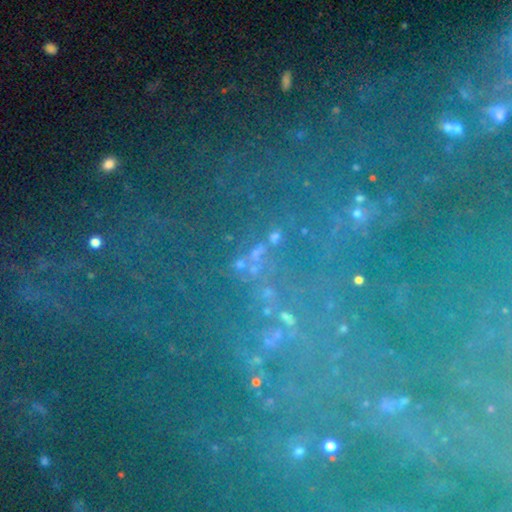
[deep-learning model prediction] This is possibly a star or artifact rather than a galaxy (58%).